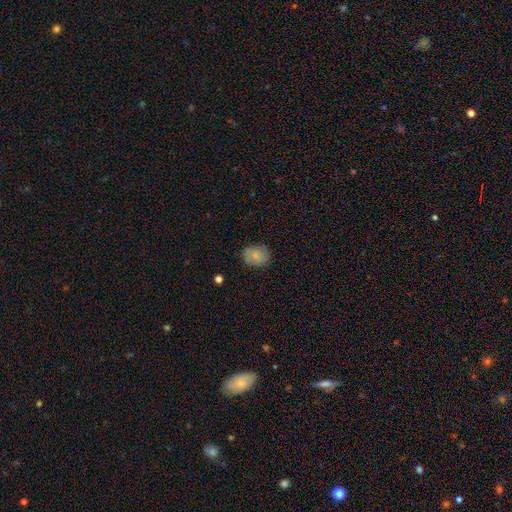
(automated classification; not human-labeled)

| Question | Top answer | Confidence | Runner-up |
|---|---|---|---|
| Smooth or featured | smooth | 79% | featured or disk (13%) |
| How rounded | round | 57% | in between (42%) |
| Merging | none | 82% | minor disturbance (13%) |